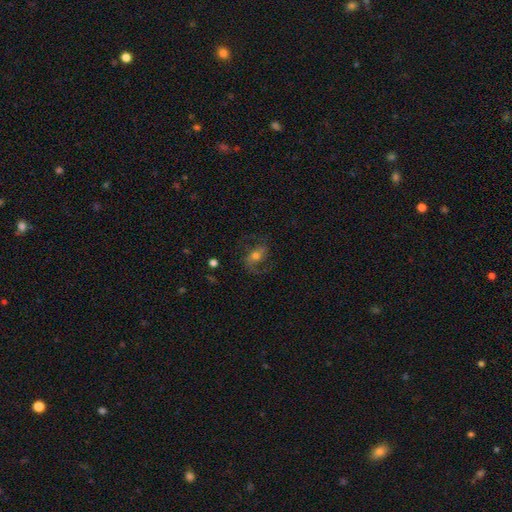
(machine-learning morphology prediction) Smooth or featured? Predicted: featured or disk (p=0.67). Edge-on disk? Predicted: no (p=0.96). Bar? Predicted: no (p=0.47). Spiral arms? Predicted: yes (p=0.89). Spiral winding? Predicted: loose (p=0.47). Spiral arm count? Predicted: 2 (p=0.83). Bulge size? Predicted: moderate (p=0.63). Merging? Predicted: none (p=0.66).